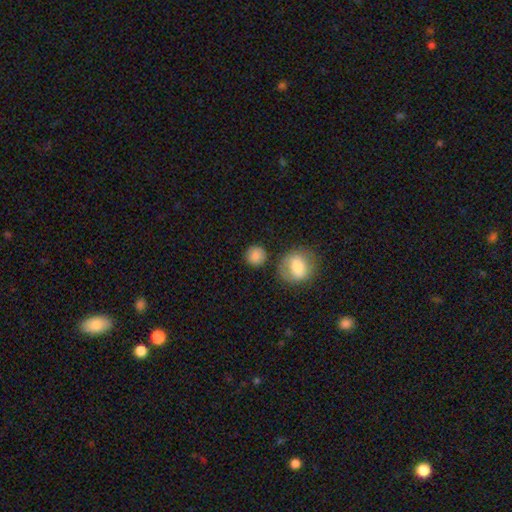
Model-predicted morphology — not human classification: A smooth galaxy with no disk features (85%) that is round (90%).

Vote fractions:
- Smooth or featured? smooth: 85% / star or artifact: 8% / featured or disk: 6%
- How rounded? round: 90% / in between: 9% / cigar-shaped: 1%
- Merging? none: 76% / minor disturbance: 12% / merger: 7% / major disturbance: 4%